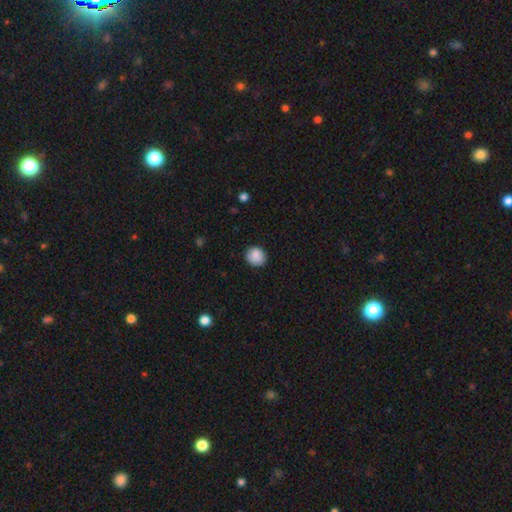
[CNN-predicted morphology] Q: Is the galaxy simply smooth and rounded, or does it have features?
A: smooth — 88%.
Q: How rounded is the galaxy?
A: round — 83%.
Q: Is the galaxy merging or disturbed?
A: none — 86%.